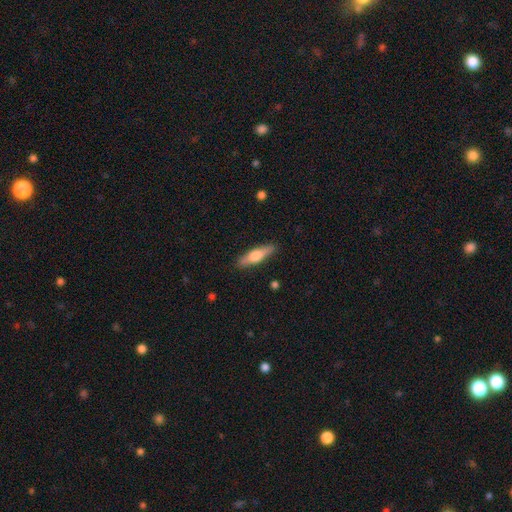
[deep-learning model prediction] The model was most divided on "smooth or featured": smooth: 60%, featured or disk: 35%, star or artifact: 6%. More confident: merging — none (88%); how rounded — cigar-shaped (68%).